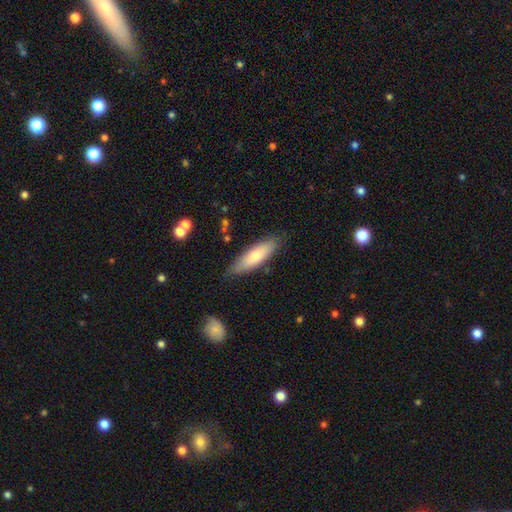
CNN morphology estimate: smooth-or-featured: smooth: 71% | featured or disk: 23% | star or artifact: 6%
  how-rounded: cigar-shaped: 54% | in between: 44% | round: 2%
  merging: none: 81% | minor disturbance: 14% | major disturbance: 3% | merger: 2%